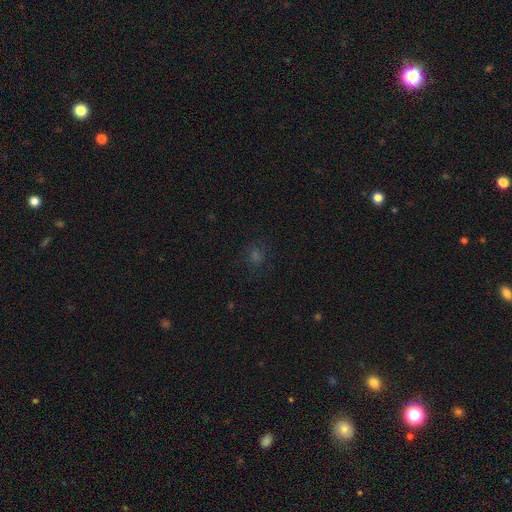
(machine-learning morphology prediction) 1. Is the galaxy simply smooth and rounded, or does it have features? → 52% smooth, 38% star or artifact, 10% featured or disk.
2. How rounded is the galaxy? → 78% round, 21% in between, 1% cigar-shaped.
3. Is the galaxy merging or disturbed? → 83% none, 10% minor disturbance, 5% major disturbance, 2% merger.